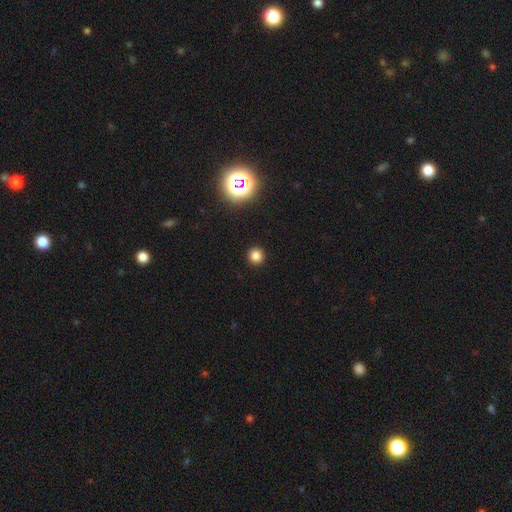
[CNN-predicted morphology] Q: Smooth or featured?
A: smooth (80%); runner-up: star or artifact (16%)
Q: How rounded?
A: round (94%); runner-up: in between (5%)
Q: Merging?
A: none (93%); runner-up: minor disturbance (4%)